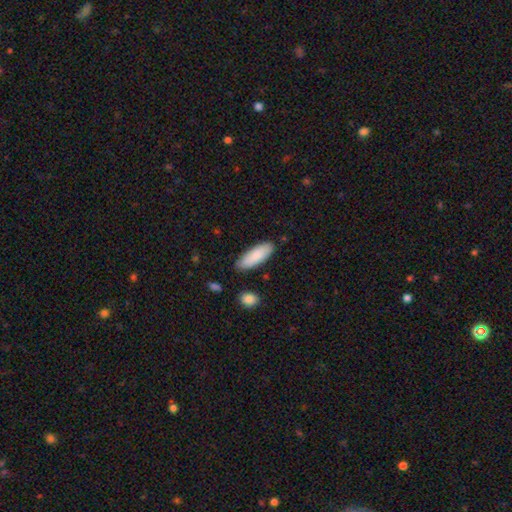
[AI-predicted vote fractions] A smooth galaxy with no disk features (86%) that is in between round and cigar-shaped (68%).

Vote fractions:
- Smooth or featured? smooth: 86% / featured or disk: 9% / star or artifact: 6%
- How rounded? in between: 68% / cigar-shaped: 30% / round: 2%
- Merging? none: 83% / minor disturbance: 12% / major disturbance: 2% / merger: 2%